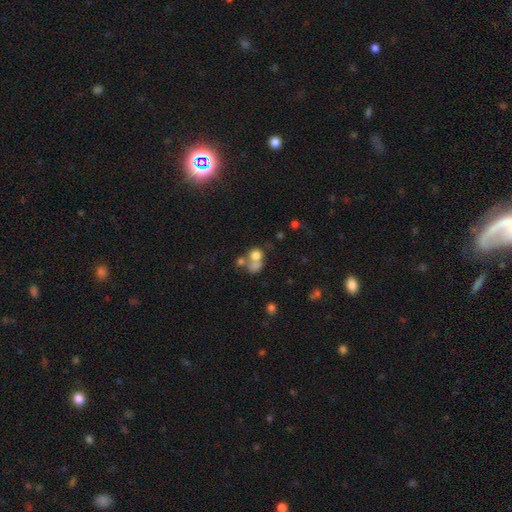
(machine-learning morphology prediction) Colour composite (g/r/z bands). It shows a smooth galaxy with no disk features (69%) that is round (70%). Merging: merger (50%).